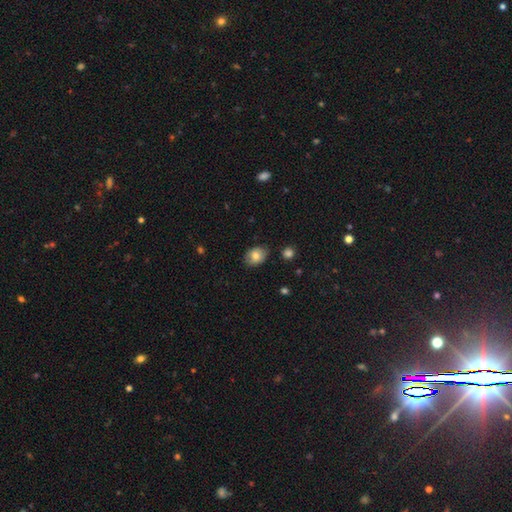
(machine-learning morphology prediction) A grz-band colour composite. It shows a smooth galaxy with no disk features (77%) that is in between round and cigar-shaped (73%). Merging: none (81%).